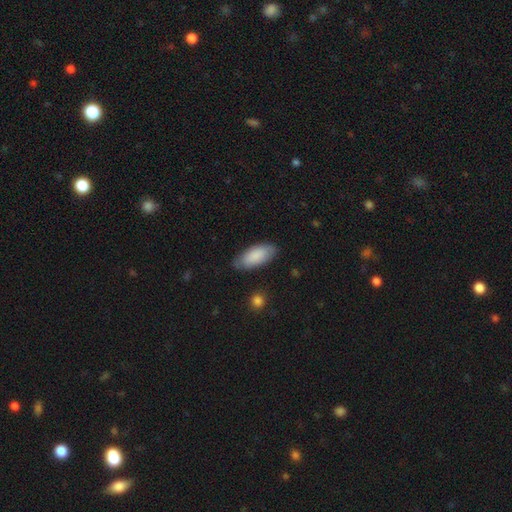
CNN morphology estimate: type=smooth (85%); roundness=in between (88%); merging=none (77%).